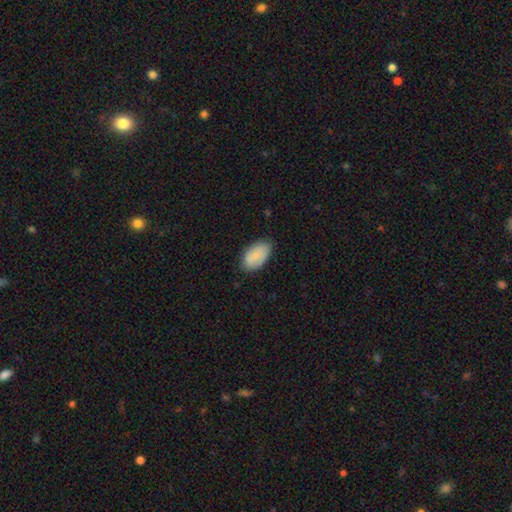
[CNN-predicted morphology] Overall: smooth (78%). How rounded: in between (94%). Merging: none (79%).